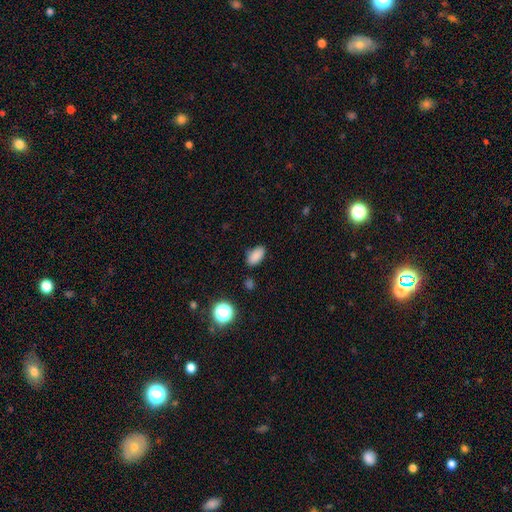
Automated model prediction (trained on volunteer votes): Smooth or featured? smooth (86%)
How rounded? in between (91%)
Merging? none (82%)